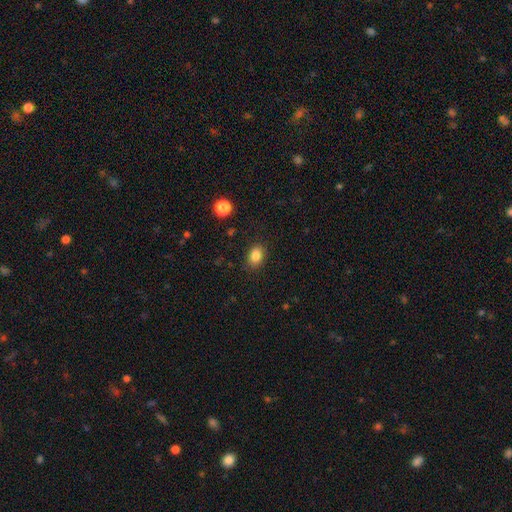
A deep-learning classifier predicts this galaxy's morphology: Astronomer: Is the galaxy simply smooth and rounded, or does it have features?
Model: smooth — 85%.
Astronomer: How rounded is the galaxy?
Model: in between — 72%.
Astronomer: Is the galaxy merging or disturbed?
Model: none — 85%.